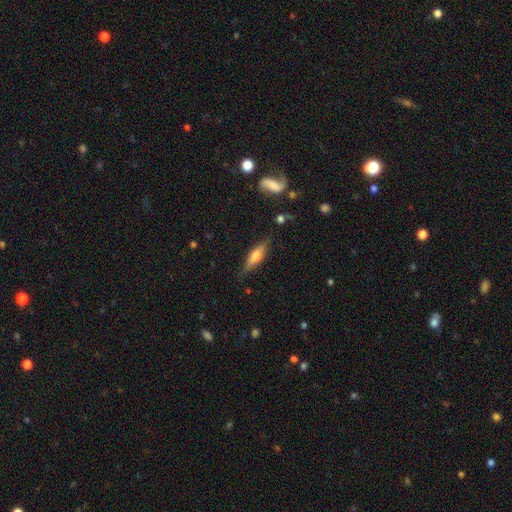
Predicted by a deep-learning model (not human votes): Smooth or featured? featured or disk (54%)
Edge-on disk? yes (92%)
Merging? none (81%)